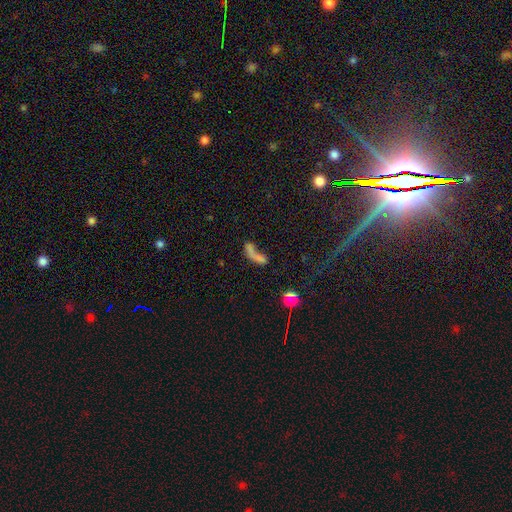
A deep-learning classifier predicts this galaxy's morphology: Smooth or featured? smooth (56%)
How rounded? in between (47%)
Merging? none (30%, tied with merger)